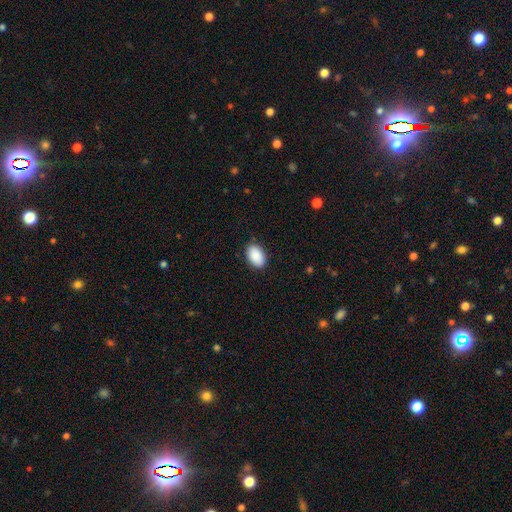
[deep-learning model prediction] smooth_or_featured: smooth (p=0.91) [alt: star or artifact p=0.06]
how_rounded: in between (p=0.92) [alt: round p=0.06]
merging: none (p=0.87) [alt: minor disturbance p=0.10]